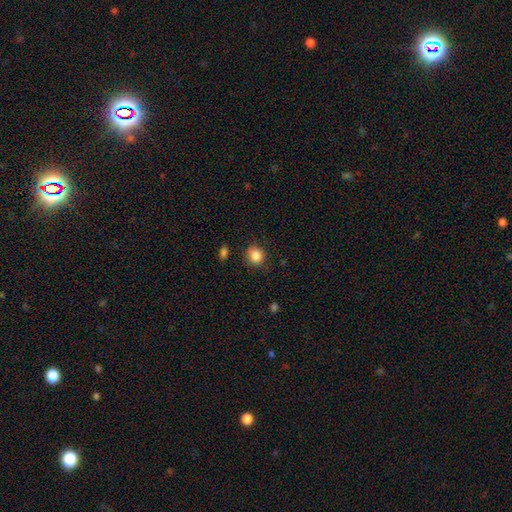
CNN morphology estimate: Overall: smooth (85%). How rounded: round (85%). Merging: none (84%).